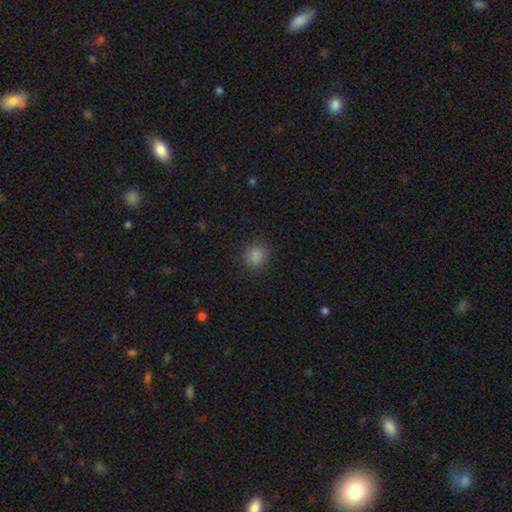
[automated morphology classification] smooth_or_featured: smooth (p=0.85) [alt: star or artifact p=0.11]
how_rounded: round (p=0.89) [alt: in between p=0.10]
merging: none (p=0.88) [alt: minor disturbance p=0.08]